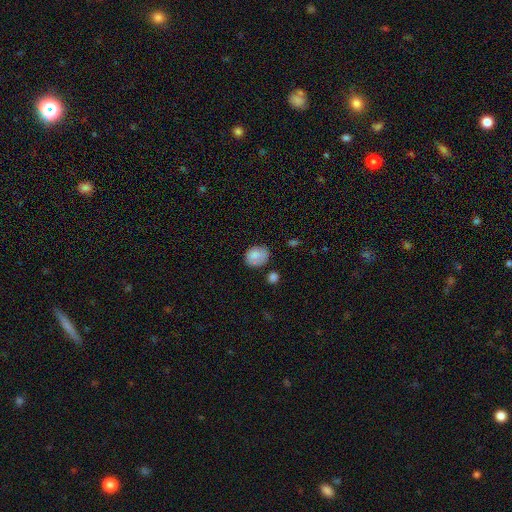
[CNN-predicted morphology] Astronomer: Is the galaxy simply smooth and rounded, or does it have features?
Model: smooth — 83%.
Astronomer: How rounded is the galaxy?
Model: in between — 57% (runner-up: round, 42%).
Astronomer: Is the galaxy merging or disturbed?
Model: none — 61%.